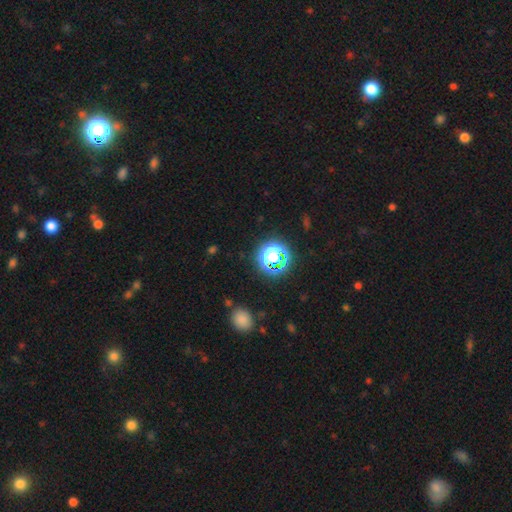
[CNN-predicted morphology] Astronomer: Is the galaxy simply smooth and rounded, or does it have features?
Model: star or artifact — 73%.